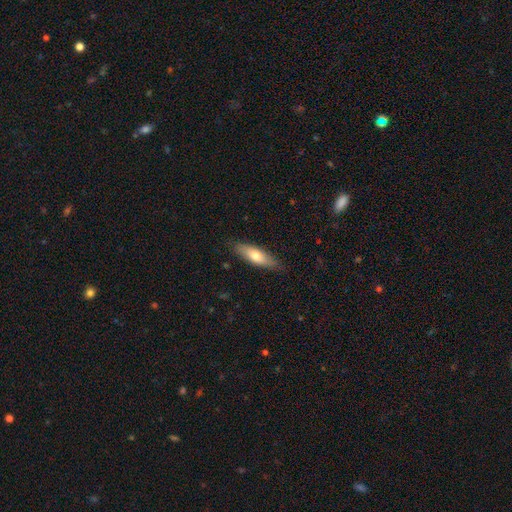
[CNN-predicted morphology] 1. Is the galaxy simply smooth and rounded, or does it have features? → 68% smooth, 26% featured or disk, 6% star or artifact.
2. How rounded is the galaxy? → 52% in between, 46% cigar-shaped, 2% round.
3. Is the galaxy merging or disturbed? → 83% none, 14% minor disturbance, 2% major disturbance, 1% merger.